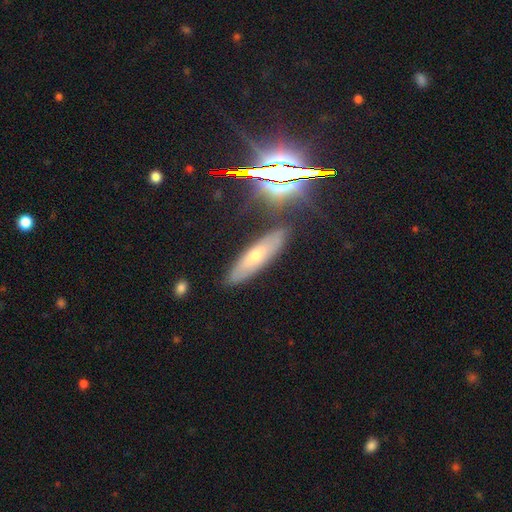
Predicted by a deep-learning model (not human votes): Smooth or featured? Predicted: smooth (p=0.42). Merging? Predicted: none (p=0.84).